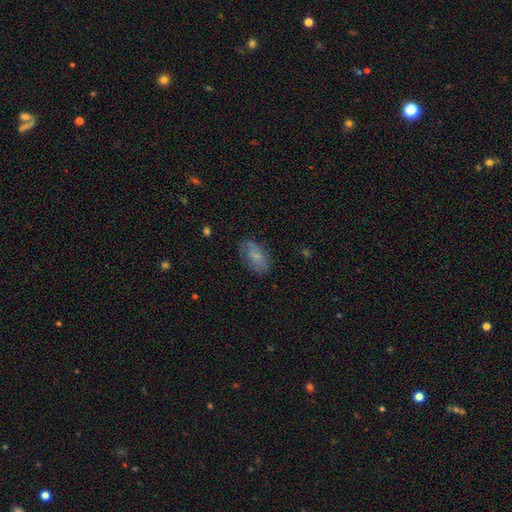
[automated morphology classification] Smooth or featured? smooth (72%)
How rounded? in between (90%)
Merging? none (74%)